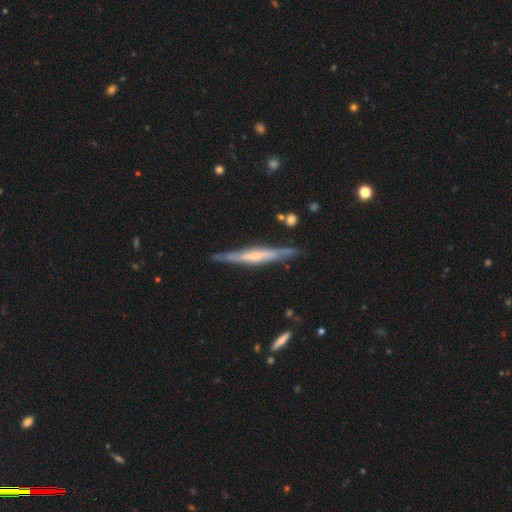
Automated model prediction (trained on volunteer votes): Overall: featured or disk (68%). Edge-on disk: yes (94%). Edge-on bulge: none (40%, tied with rounded). Merging: none (81%).